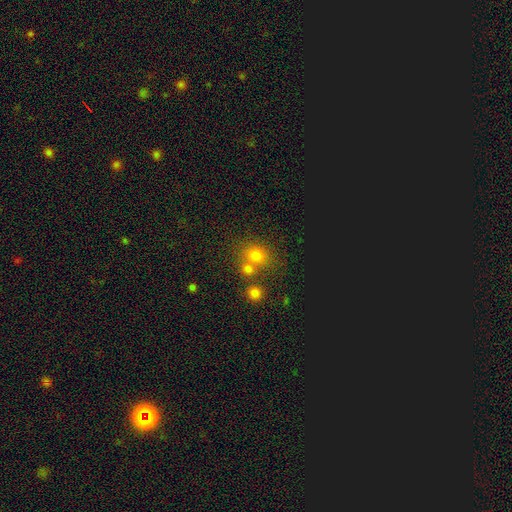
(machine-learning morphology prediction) Smooth or featured: smooth — 72% (star or artifact — 18%)
How rounded: round — 69% (in between — 30%)
Merging: none — 55% (merger — 31%)